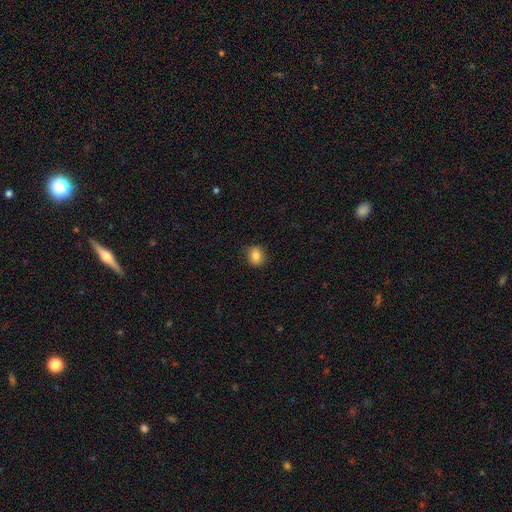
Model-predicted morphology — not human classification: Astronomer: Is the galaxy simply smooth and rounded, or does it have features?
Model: smooth — 84%.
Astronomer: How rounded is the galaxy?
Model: round — 76%.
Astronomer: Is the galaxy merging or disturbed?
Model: none — 88%.